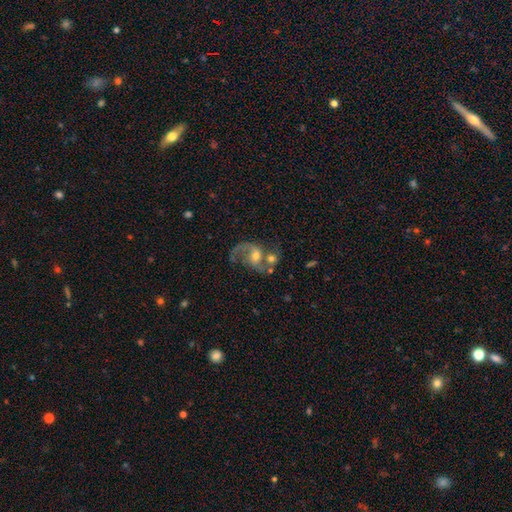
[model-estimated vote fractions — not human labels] This appears to be a featured or disk galaxy (78%) with no bar (50%), 2 (73%) loose (57%) spiral arms (92%) and a moderate central bulge (57%). Merging: none (37%).